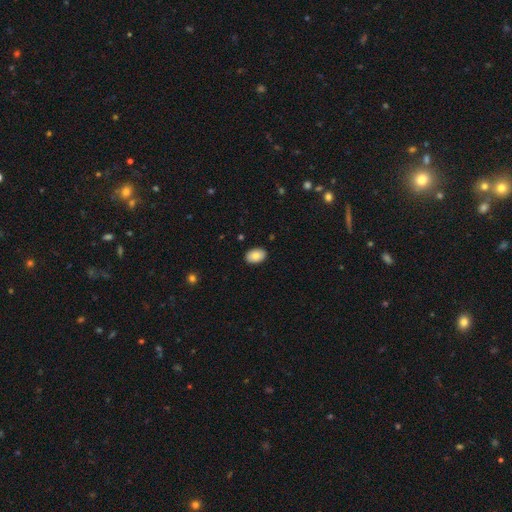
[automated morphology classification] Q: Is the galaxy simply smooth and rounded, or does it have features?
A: smooth — 83%.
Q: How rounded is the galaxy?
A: in between — 87%.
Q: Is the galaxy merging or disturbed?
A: none — 89%.